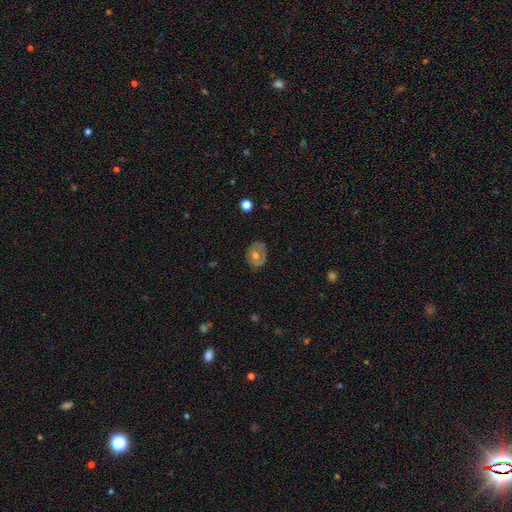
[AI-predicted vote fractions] This appears to be a featured or disk galaxy (47%). Merging: none (77%).